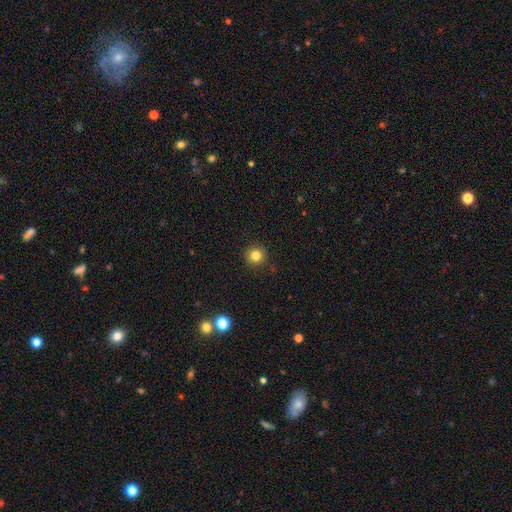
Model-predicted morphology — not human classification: A smooth galaxy with no disk features (82%) that is round (94%). Merging: none (92%).